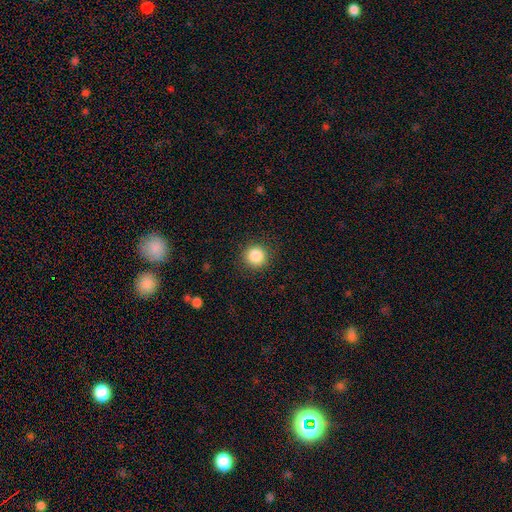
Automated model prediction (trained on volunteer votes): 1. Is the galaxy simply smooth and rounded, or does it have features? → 86% smooth, 10% star or artifact, 4% featured or disk.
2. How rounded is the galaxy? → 94% round, 5% in between, 1% cigar-shaped.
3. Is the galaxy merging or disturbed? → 90% none, 7% minor disturbance, 3% major disturbance, 1% merger.